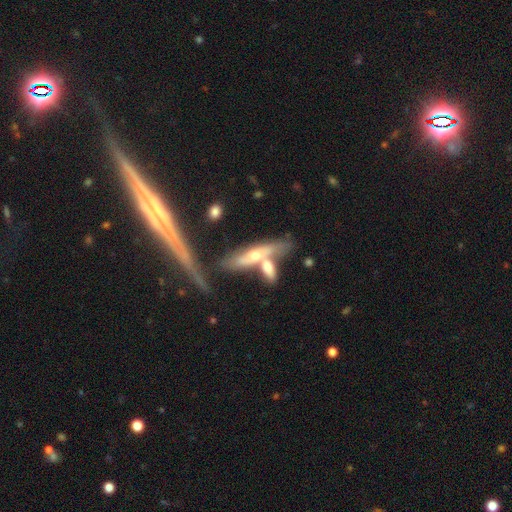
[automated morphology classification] The model was most divided on "merging": merger: 42%, none: 37%, minor disturbance: 14%, major disturbance: 7%. More confident: edge-on disk — yes (69%); smooth or featured — featured or disk (56%).